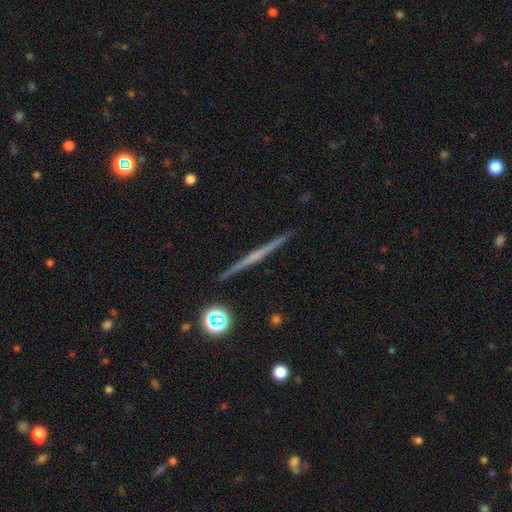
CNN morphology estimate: type=featured or disk (69%); edge-on=yes (98%); edge-on bulge=none (73%); merging=none (92%).